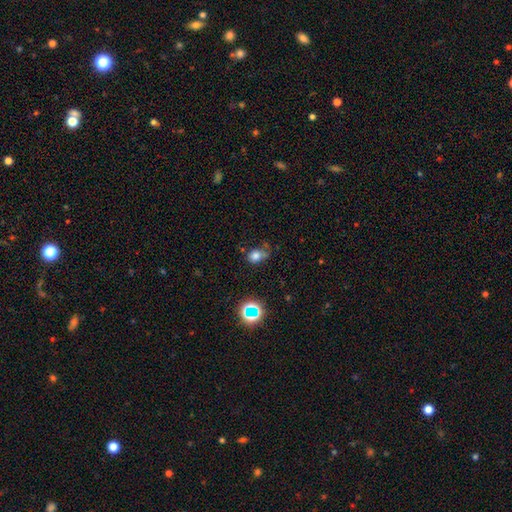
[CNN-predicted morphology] A smooth galaxy with no disk features (76%) that is round (53%).

Vote fractions:
- Smooth or featured? smooth: 76% / star or artifact: 16% / featured or disk: 8%
- How rounded? round: 53% / in between: 46% / cigar-shaped: 1%
- Merging? none: 50% / minor disturbance: 29% / major disturbance: 13% / merger: 8%